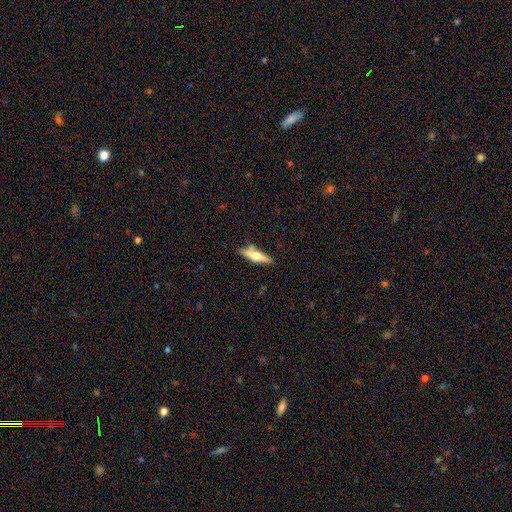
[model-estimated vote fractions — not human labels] This appears to be a smooth galaxy with no disk features (49%). Merging: none (68%).